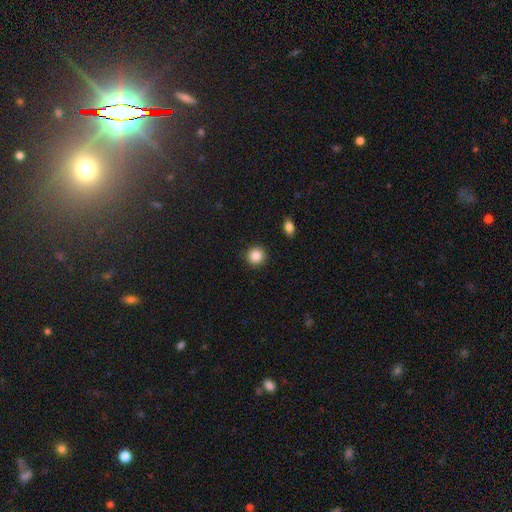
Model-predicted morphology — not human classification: type=smooth (87%); roundness=round (93%); merging=none (92%).